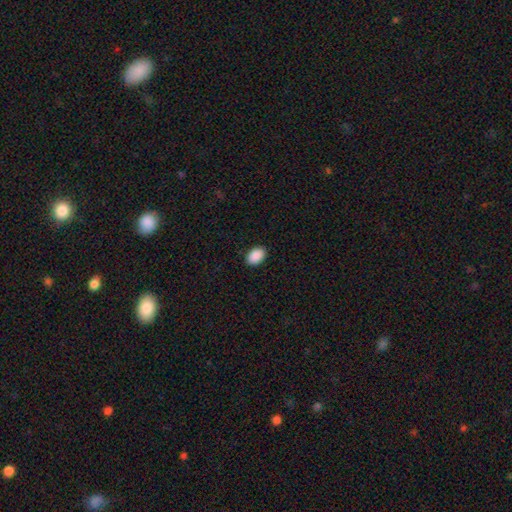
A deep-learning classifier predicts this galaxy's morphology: A smooth galaxy with no disk features (91%) that is in between round and cigar-shaped (87%). Merging: none (90%).